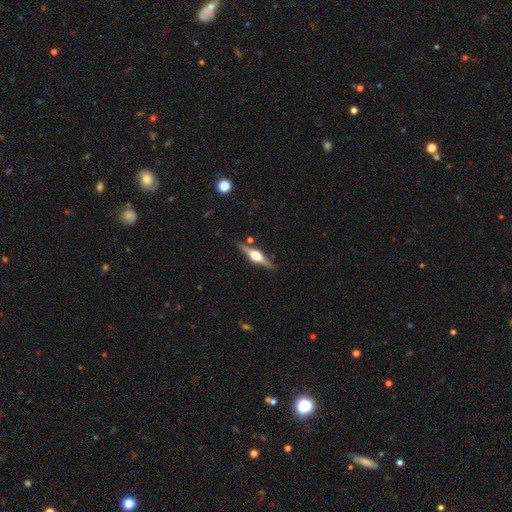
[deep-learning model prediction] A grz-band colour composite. It shows a featured or disk galaxy (77%) viewed edge-on (98%) with a rounded central bulge (95%). Merging: none (87%).